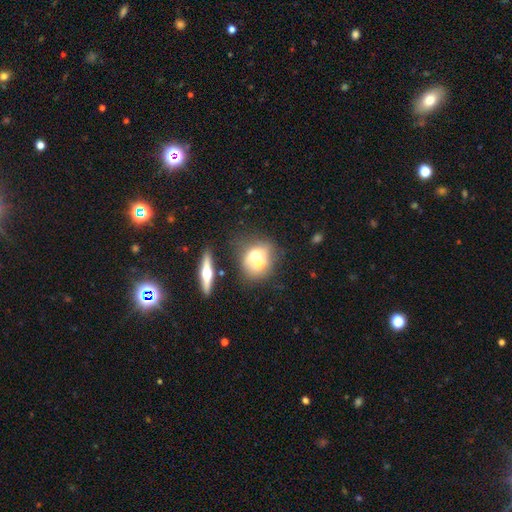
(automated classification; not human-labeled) This appears to be a smooth galaxy with no disk features (58%) that is round (67%). Merging: merger (54%).